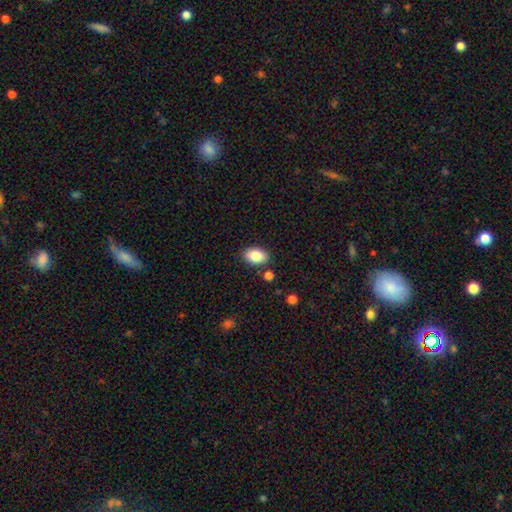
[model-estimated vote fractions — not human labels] Morphology: type=smooth (84%); roundness=in between (89%); merging=none (85%).